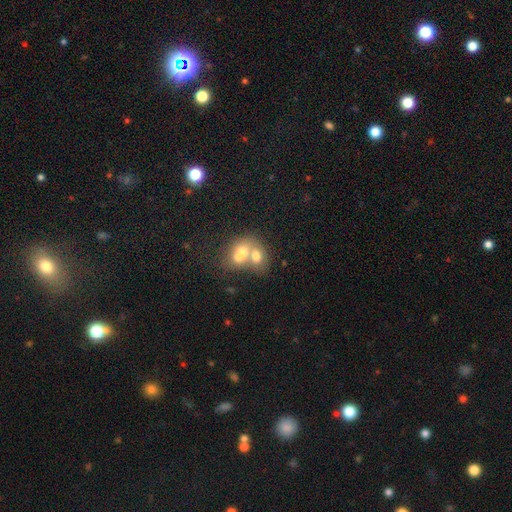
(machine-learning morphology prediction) Q: Smooth or featured?
A: smooth (62%); runner-up: featured or disk (28%)
Q: How rounded?
A: in between (53%); runner-up: round (45%)
Q: Merging?
A: merger (75%); runner-up: none (16%)